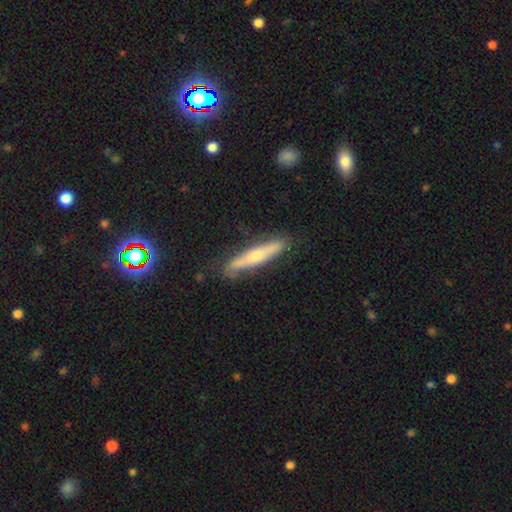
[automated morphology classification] A featured or disk galaxy (53%) viewed edge-on (85%). Merging: none (81%).